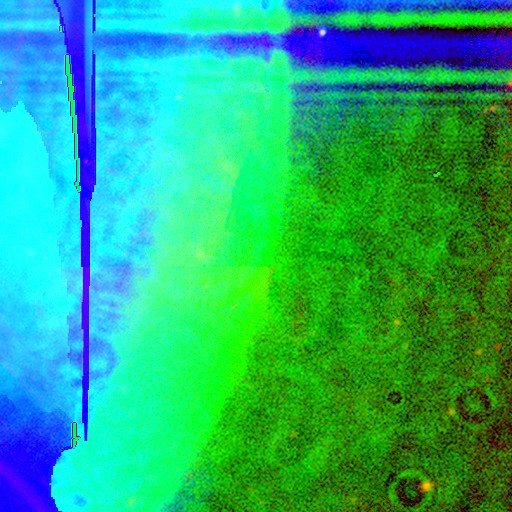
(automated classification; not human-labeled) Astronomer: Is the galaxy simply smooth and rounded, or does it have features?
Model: star or artifact — 84%.